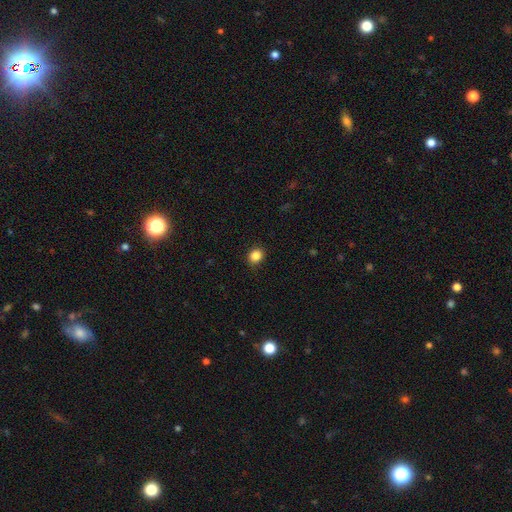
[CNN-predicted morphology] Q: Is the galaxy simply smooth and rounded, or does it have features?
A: smooth — 86%.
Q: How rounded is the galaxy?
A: round — 75%.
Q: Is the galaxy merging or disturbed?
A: none — 89%.